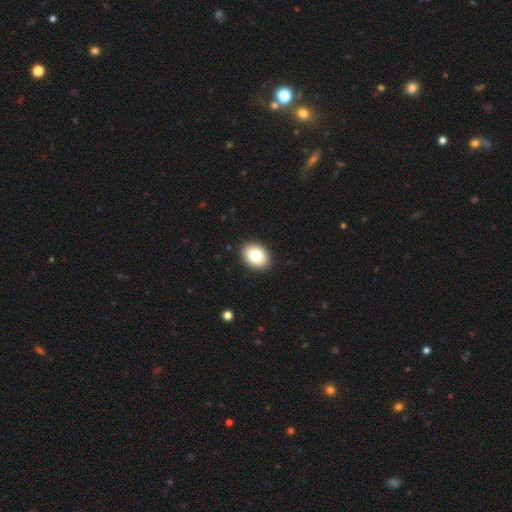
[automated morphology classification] Smooth or featured?
  - smooth: 82% *
  - featured or disk: 10%
  - star or artifact: 8%
How rounded?
  - in between: 72% *
  - round: 27%
  - cigar-shaped: 1%
Merging?
  - none: 91% *
  - minor disturbance: 7%
  - major disturbance: 2%
  - merger: 1%